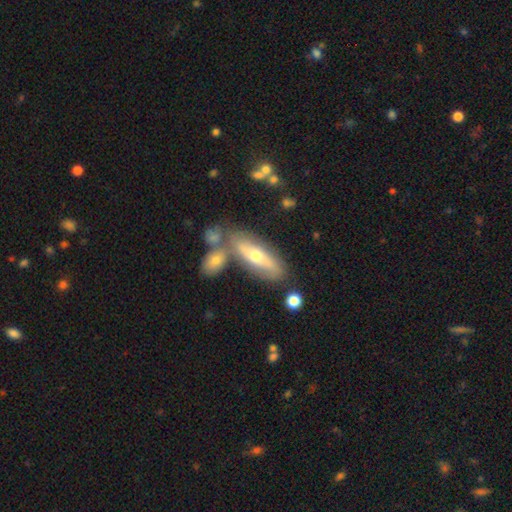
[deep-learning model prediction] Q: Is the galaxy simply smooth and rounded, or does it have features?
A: featured or disk — 48%.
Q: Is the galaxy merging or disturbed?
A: none — 59%.